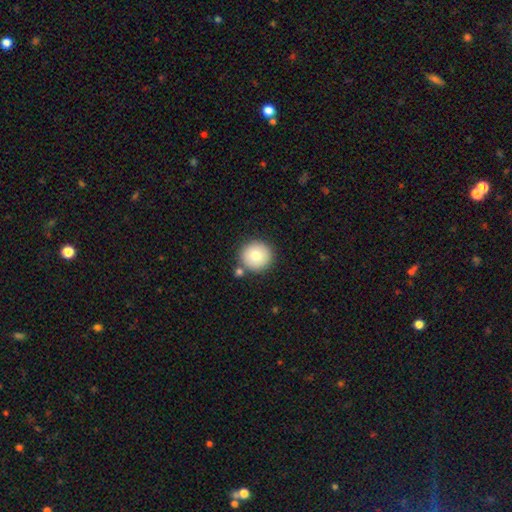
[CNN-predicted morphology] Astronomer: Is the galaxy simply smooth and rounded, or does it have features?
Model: smooth — 81%.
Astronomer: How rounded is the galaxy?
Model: round — 94%.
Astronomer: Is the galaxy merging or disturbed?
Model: none — 80%.